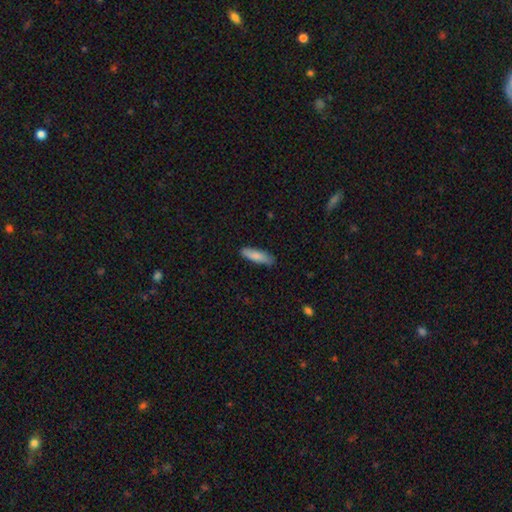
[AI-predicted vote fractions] Smooth or featured: smooth — 85% (featured or disk — 10%)
How rounded: cigar-shaped — 61% (in between — 38%)
Merging: none — 85% (minor disturbance — 12%)